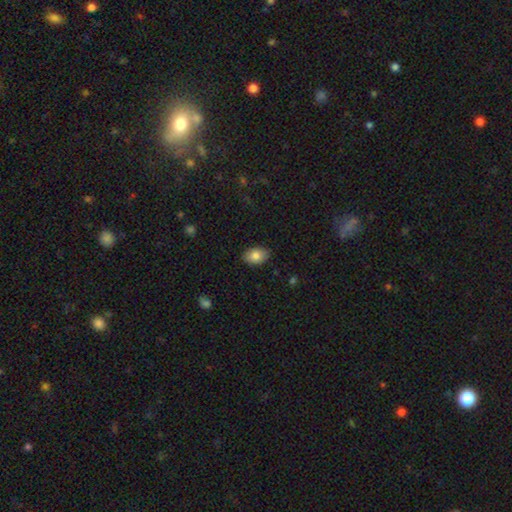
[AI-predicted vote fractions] smooth 83%, featured or disk 10%, star or artifact 8%. Down the decision tree: how rounded — in between (87%); merging — none (87%).